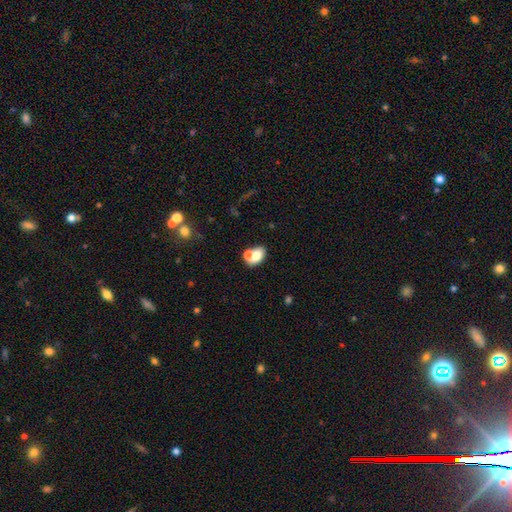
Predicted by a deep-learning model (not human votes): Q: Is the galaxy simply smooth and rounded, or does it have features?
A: smooth — 71%.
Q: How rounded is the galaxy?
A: in between — 76%.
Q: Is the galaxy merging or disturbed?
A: merger — 47%.